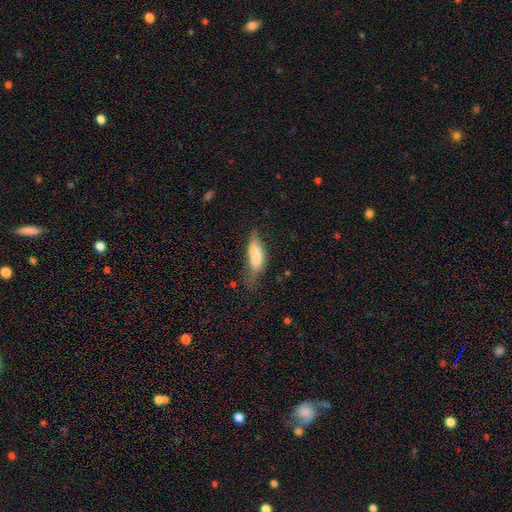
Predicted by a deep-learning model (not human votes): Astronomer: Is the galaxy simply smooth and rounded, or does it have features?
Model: smooth — 71%.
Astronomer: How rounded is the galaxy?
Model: in between — 63%.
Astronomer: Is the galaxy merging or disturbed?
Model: minor disturbance — 36% (runner-up: none, 33%).